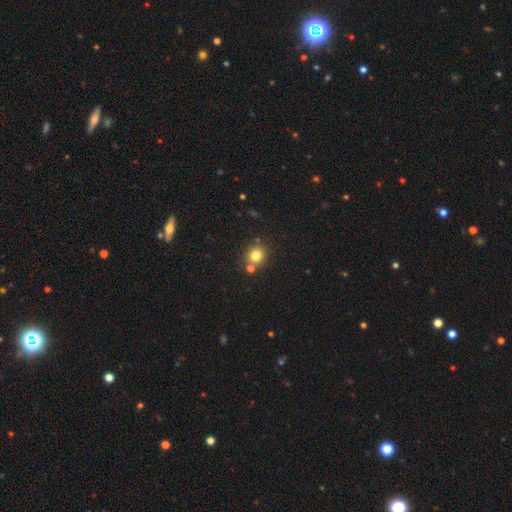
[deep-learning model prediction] Overall: smooth (79%). How rounded: round (84%). Merging: none (72%).